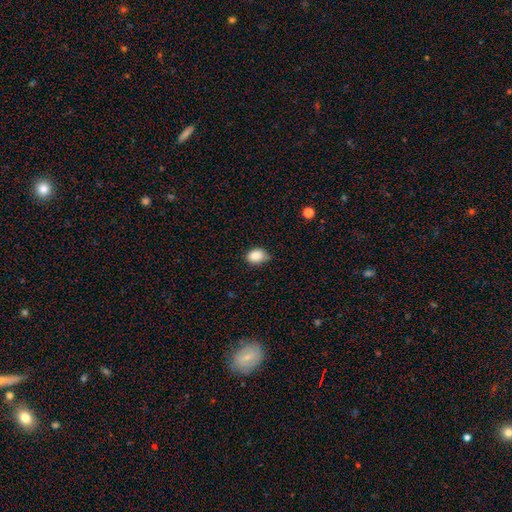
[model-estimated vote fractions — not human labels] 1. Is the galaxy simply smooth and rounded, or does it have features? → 86% smooth, 9% star or artifact, 5% featured or disk.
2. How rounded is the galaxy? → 63% in between, 36% round, 1% cigar-shaped.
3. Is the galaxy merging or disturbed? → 58% none, 35% minor disturbance, 5% major disturbance, 2% merger.